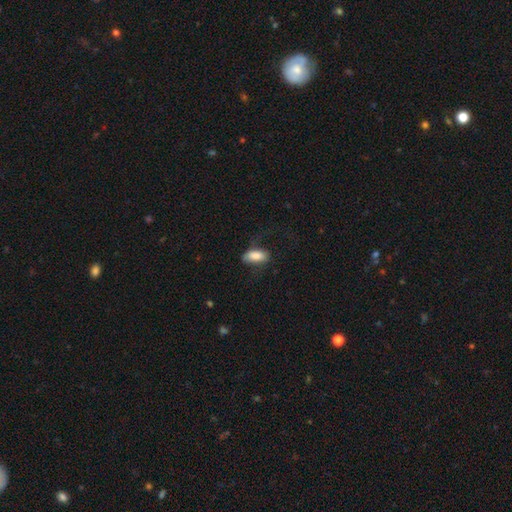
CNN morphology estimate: This appears to be a smooth galaxy with no disk features (82%) that is in between round and cigar-shaped (86%). Merging: none (59%).